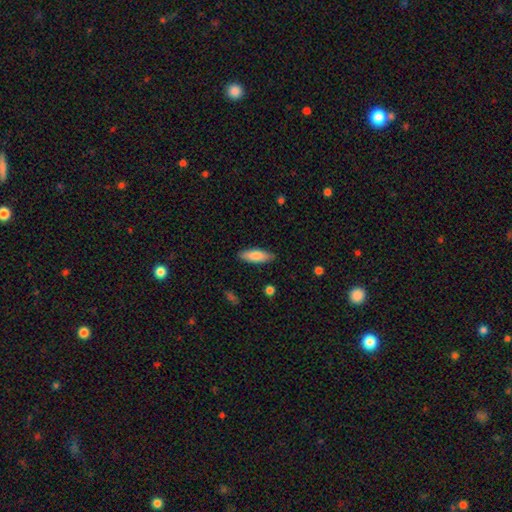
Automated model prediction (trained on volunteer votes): Smooth or featured? smooth (83%)
How rounded? in between (57%)
Merging? none (86%)